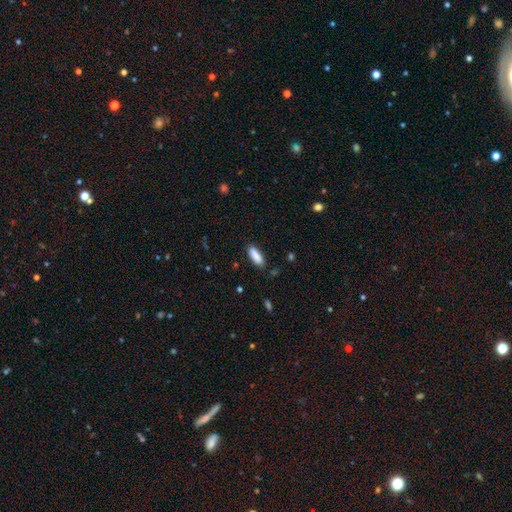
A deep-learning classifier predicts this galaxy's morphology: smooth_or_featured: smooth (p=0.89) [alt: star or artifact p=0.06]
how_rounded: in between (p=0.57) [alt: cigar-shaped p=0.41]
merging: none (p=0.85) [alt: minor disturbance p=0.11]